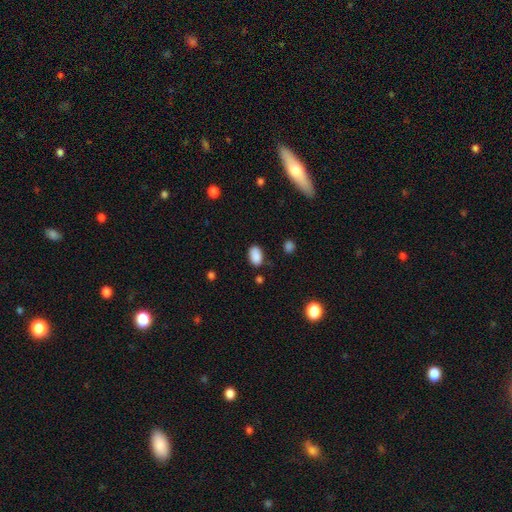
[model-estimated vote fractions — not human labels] Overall: smooth (88%). How rounded: in between (90%). Merging: none (78%).